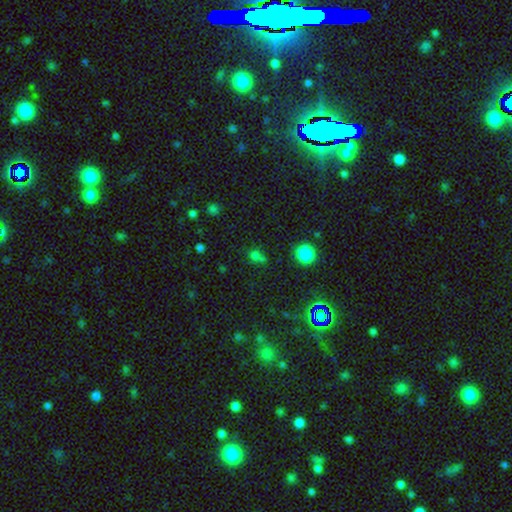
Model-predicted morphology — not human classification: Q: Smooth or featured?
A: smooth (57%); runner-up: star or artifact (34%)
Q: How rounded?
A: round (78%); runner-up: in between (21%)
Q: Merging?
A: none (56%); runner-up: merger (24%)